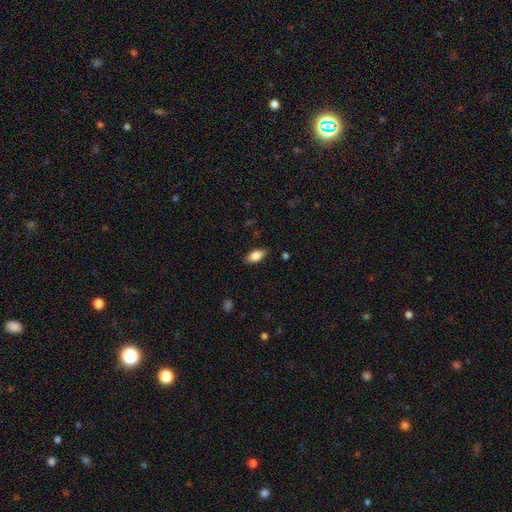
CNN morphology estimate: A smooth galaxy with no disk features (82%) that is in between round and cigar-shaped (90%).

Vote fractions:
- Smooth or featured? smooth: 82% / featured or disk: 11% / star or artifact: 7%
- How rounded? in between: 90% / cigar-shaped: 6% / round: 4%
- Merging? none: 85% / minor disturbance: 11% / major disturbance: 2% / merger: 1%